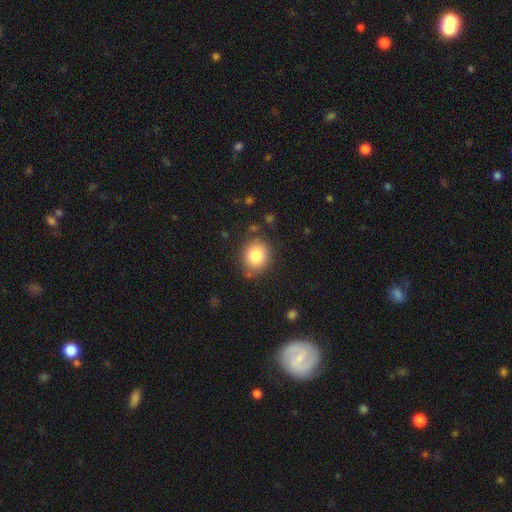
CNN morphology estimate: This is clearly a smooth galaxy (83%). How rounded: likely round (79%). Merging: likely none (80%).